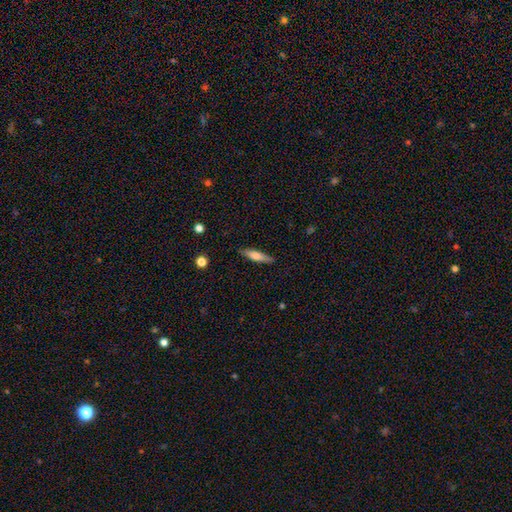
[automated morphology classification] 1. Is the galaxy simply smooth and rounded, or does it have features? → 61% smooth, 33% featured or disk, 6% star or artifact.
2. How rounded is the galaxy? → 78% cigar-shaped, 20% in between, 2% round.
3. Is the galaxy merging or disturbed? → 85% none, 11% minor disturbance, 2% major disturbance, 1% merger.